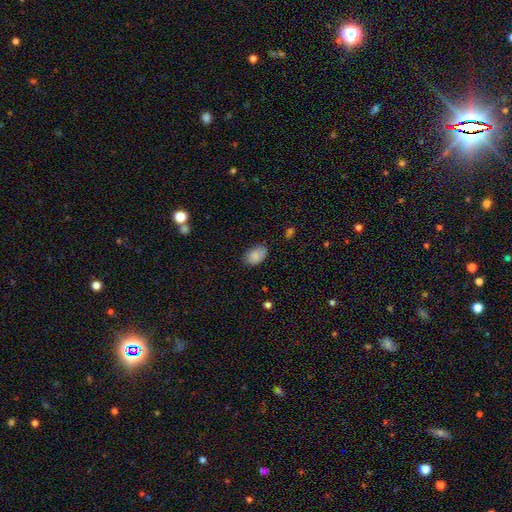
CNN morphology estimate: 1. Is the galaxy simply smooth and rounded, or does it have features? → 85% smooth, 9% star or artifact, 6% featured or disk.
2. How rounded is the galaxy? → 86% in between, 13% round, 1% cigar-shaped.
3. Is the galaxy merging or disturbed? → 76% none, 19% minor disturbance, 4% major disturbance, 2% merger.